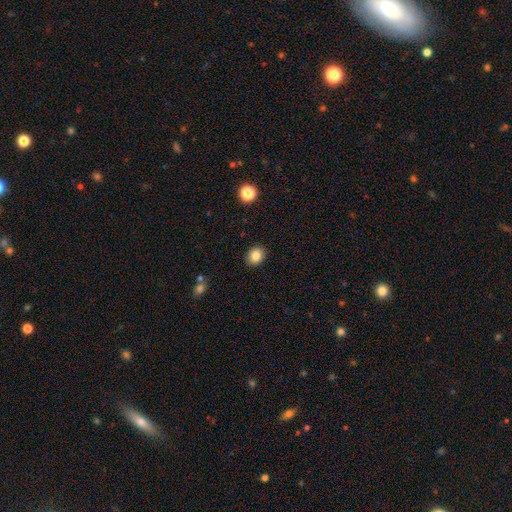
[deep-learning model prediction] A smooth galaxy with no disk features (84%) that is round (57%).

Vote fractions:
- Smooth or featured? smooth: 84% / star or artifact: 10% / featured or disk: 6%
- How rounded? round: 57% / in between: 42% / cigar-shaped: 1%
- Merging? none: 90% / minor disturbance: 7% / major disturbance: 2% / merger: 1%